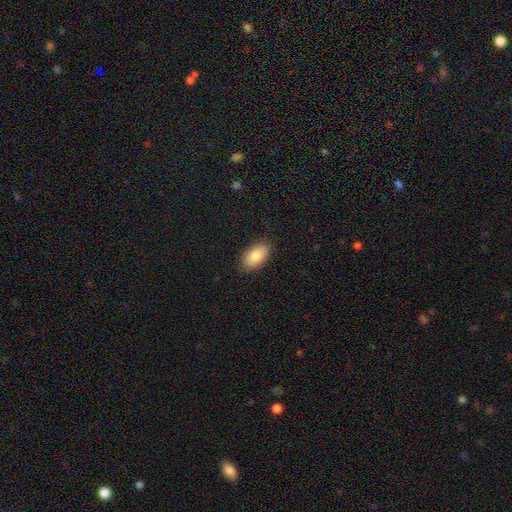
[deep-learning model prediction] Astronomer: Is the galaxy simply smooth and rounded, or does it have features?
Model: smooth — 85%.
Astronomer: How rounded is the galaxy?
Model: in between — 94%.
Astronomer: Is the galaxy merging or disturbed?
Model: none — 87%.